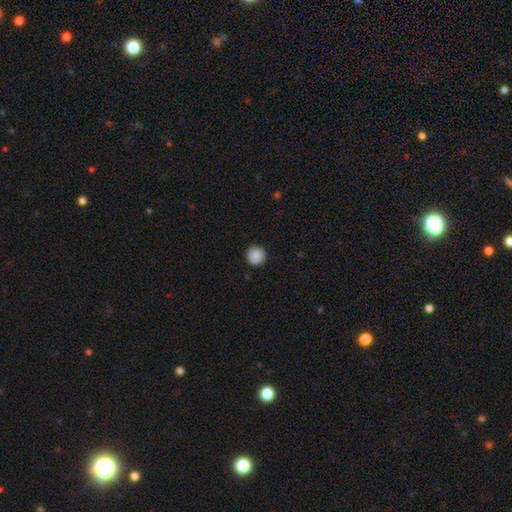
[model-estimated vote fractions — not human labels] smooth-or-featured: smooth: 88% | star or artifact: 8% | featured or disk: 4%
  how-rounded: round: 95% | in between: 4% | cigar-shaped: 1%
  merging: none: 90% | minor disturbance: 7% | major disturbance: 2% | merger: 1%